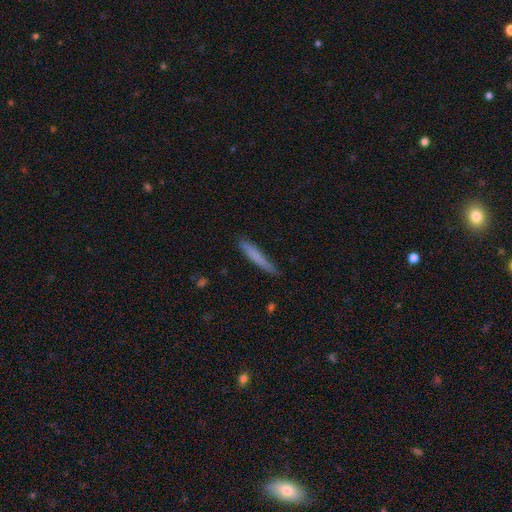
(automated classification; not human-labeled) smooth 74%, featured or disk 20%, star or artifact 7%. Down the decision tree: how rounded — cigar-shaped (94%); merging — none (77%).